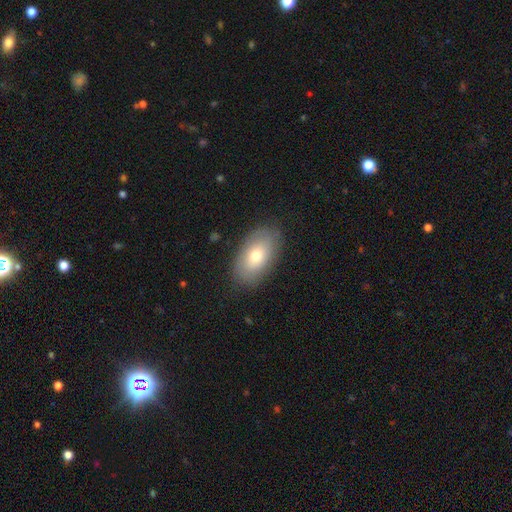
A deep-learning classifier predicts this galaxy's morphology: smooth_or_featured: smooth (p=0.71) [alt: featured or disk p=0.22]
how_rounded: in between (p=0.93) [alt: round p=0.05]
merging: none (p=0.84) [alt: minor disturbance p=0.12]